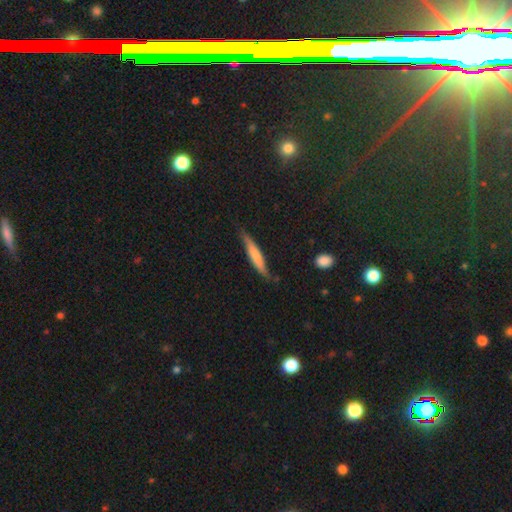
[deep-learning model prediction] Smooth or featured? smooth (62%)
How rounded? cigar-shaped (90%)
Merging? none (70%)